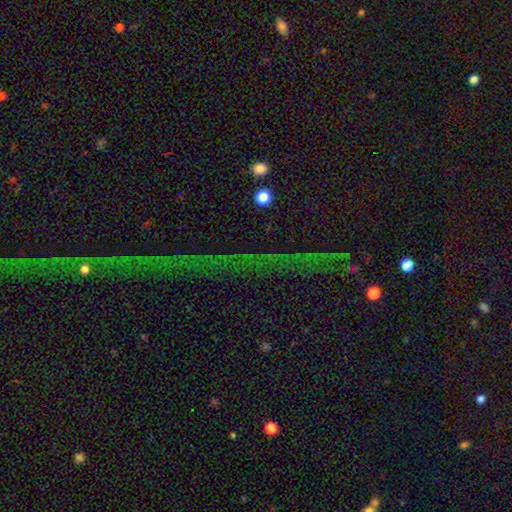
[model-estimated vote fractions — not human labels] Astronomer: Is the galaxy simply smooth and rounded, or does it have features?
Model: star or artifact — 81%.